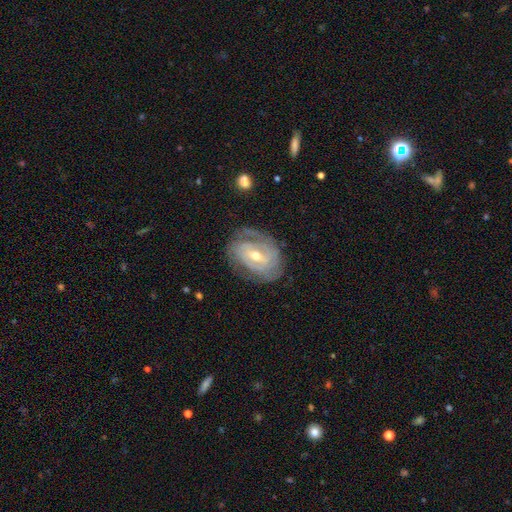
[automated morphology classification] This is clearly a featured or disk galaxy (86%). It is clearly not viewed edge-on (97%). Bar: possibly weak (49%). Spiral arm pattern: clearly yes (94%). Spiral arm count: marginally 2 (34%). Spiral winding: likely tight (71%). Central bulge: likely moderate (61%). Merging: likely none (72%).